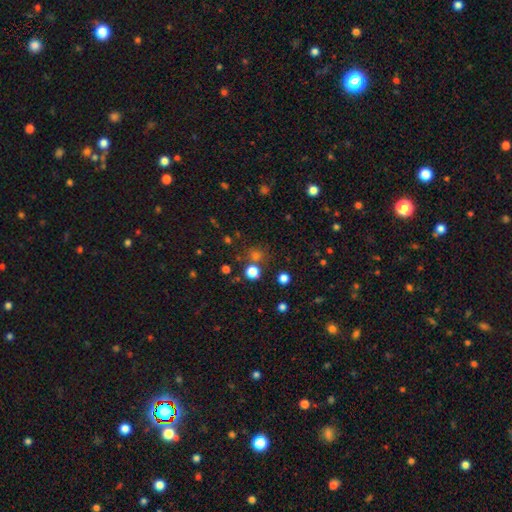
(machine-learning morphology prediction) type=smooth (56%); roundness=round (86%); merging=none (74%).